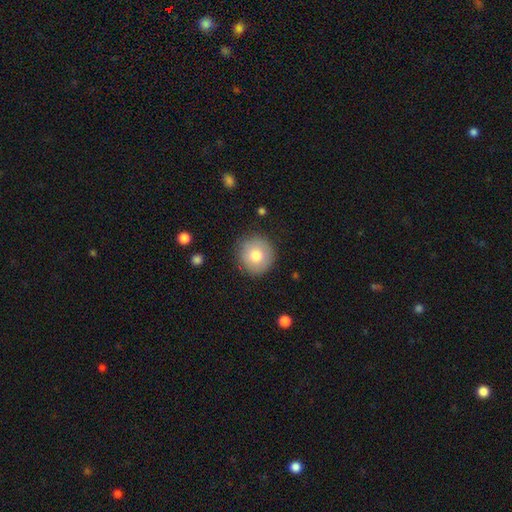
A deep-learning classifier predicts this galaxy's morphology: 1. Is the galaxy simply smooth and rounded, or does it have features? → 77% smooth, 15% featured or disk, 8% star or artifact.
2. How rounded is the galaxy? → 93% round, 6% in between, 1% cigar-shaped.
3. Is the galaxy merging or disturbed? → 87% none, 9% minor disturbance, 3% major disturbance, 1% merger.